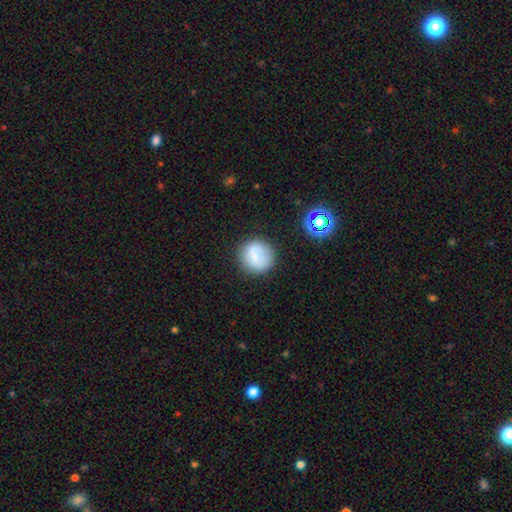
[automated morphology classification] Smooth or featured? smooth (73%)
How rounded? round (91%)
Merging? none (79%)